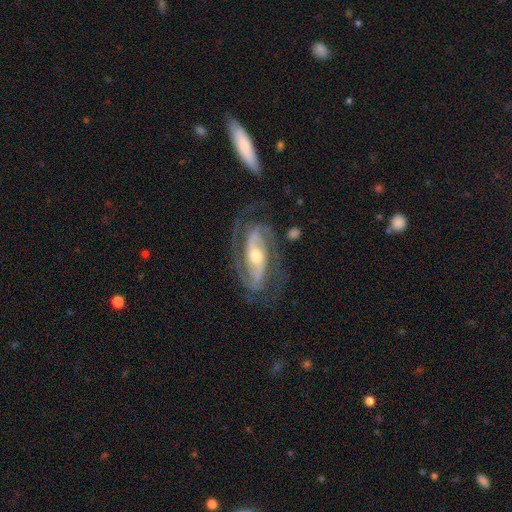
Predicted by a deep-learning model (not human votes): Overall: featured or disk (86%). Edge-on disk: no (91%). Bar: strong (41%; weak 33%). Spiral arms: yes (95%). Spiral arm count: 2 (84%). Spiral winding: medium (46%; tight 36%). Bulge size: moderate (58%; small 36%). Merging: none (74%).